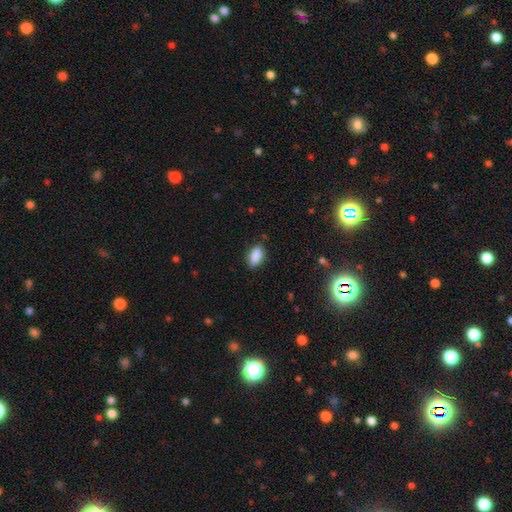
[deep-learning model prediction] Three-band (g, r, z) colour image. It shows a smooth galaxy with no disk features (88%) that is in between round and cigar-shaped (90%). Merging: none (83%).